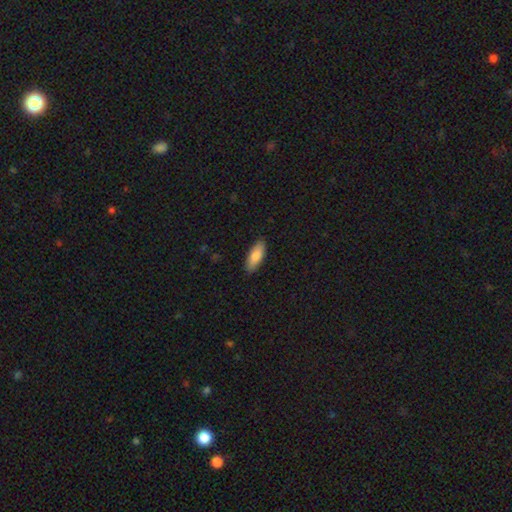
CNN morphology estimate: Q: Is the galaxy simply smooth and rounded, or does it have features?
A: smooth — 87%.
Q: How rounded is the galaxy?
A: in between — 73%.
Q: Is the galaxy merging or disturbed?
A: none — 88%.